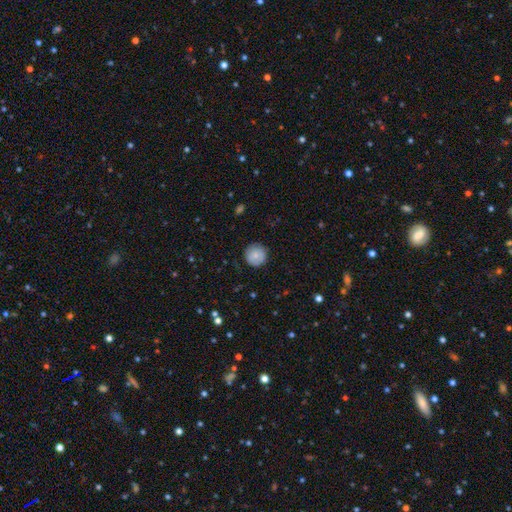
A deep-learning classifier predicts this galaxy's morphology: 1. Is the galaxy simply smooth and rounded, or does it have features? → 79% smooth, 13% featured or disk, 7% star or artifact.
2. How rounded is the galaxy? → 95% round, 4% in between, 1% cigar-shaped.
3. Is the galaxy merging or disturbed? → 87% none, 10% minor disturbance, 2% major disturbance, 1% merger.